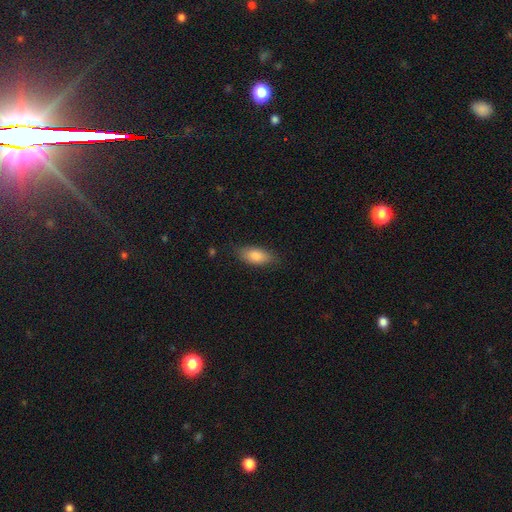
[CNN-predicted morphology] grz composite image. It shows a smooth galaxy with no disk features (82%) that is in between round and cigar-shaped (81%). Merging: none (82%).